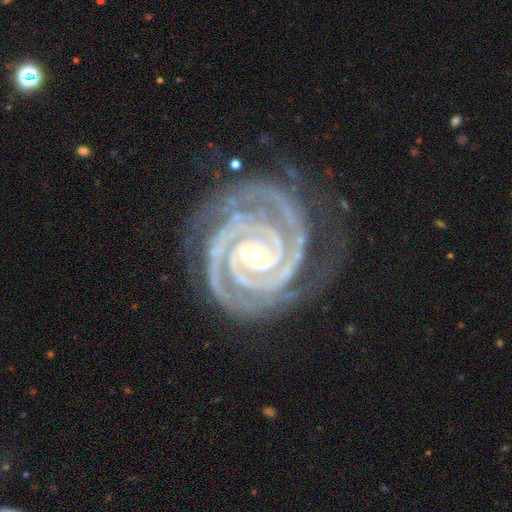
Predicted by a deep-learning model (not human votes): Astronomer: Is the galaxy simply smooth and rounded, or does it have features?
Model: featured or disk — 94%.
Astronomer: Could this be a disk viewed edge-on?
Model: no — 98%.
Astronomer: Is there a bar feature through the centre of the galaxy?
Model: no — 55%.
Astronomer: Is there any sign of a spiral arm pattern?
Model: yes — 99%.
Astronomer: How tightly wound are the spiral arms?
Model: tight — 87%.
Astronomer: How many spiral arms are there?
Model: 2 — 54%.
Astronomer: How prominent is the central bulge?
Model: small — 61% (runner-up: moderate, 37%).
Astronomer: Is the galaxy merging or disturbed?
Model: none — 72%.